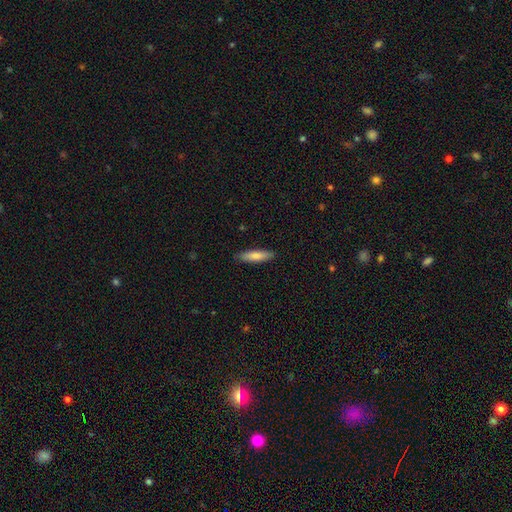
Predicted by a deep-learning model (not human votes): smooth_or_featured: smooth (p=0.79) [alt: featured or disk p=0.15]
how_rounded: cigar-shaped (p=0.72) [alt: in between p=0.26]
merging: none (p=0.89) [alt: minor disturbance p=0.09]